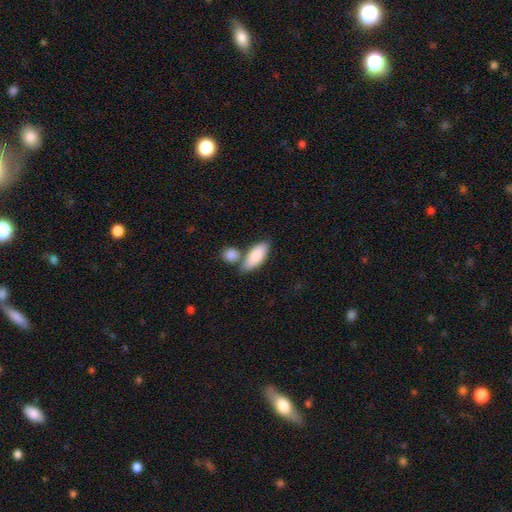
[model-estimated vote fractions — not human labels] A smooth galaxy with no disk features (83%) that is in between round and cigar-shaped (80%).

Vote fractions:
- Smooth or featured? smooth: 83% / featured or disk: 11% / star or artifact: 5%
- How rounded? in between: 80% / cigar-shaped: 17% / round: 3%
- Merging? none: 56% / merger: 28% / minor disturbance: 13% / major disturbance: 4%